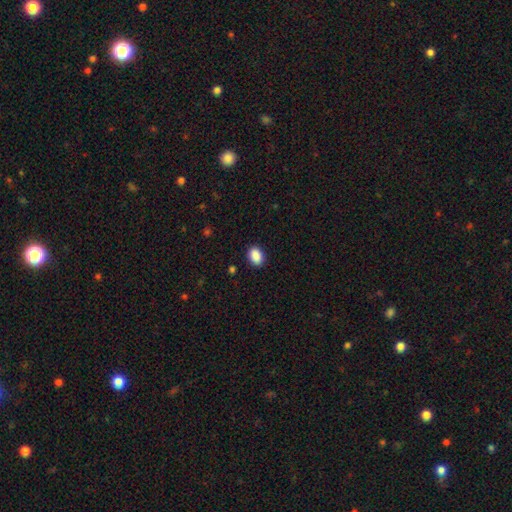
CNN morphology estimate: Overall: smooth (90%). How rounded: in between (80%). Merging: none (88%).